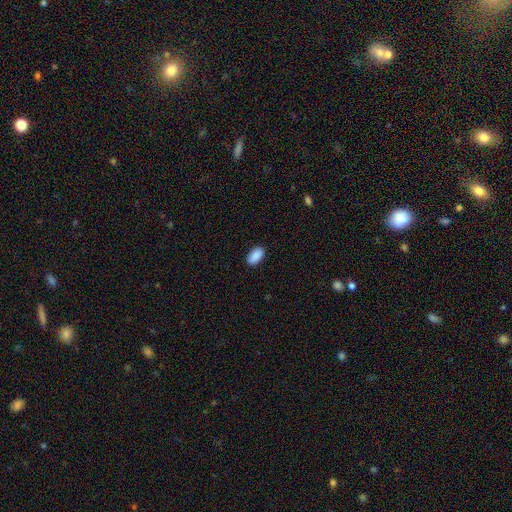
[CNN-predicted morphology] A smooth galaxy with no disk features (90%) that is in between round and cigar-shaped (94%).

Vote fractions:
- Smooth or featured? smooth: 90% / star or artifact: 7% / featured or disk: 3%
- How rounded? in between: 94% / cigar-shaped: 3% / round: 3%
- Merging? none: 89% / minor disturbance: 8% / major disturbance: 2% / merger: 1%